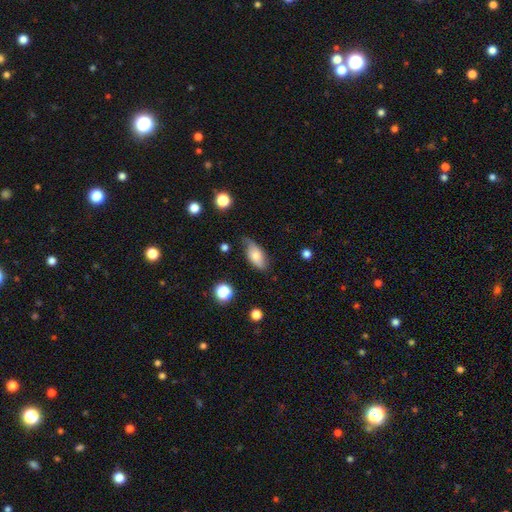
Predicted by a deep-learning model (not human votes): Morphology: type=smooth (65%); roundness=in between (89%); merging=none (56%).